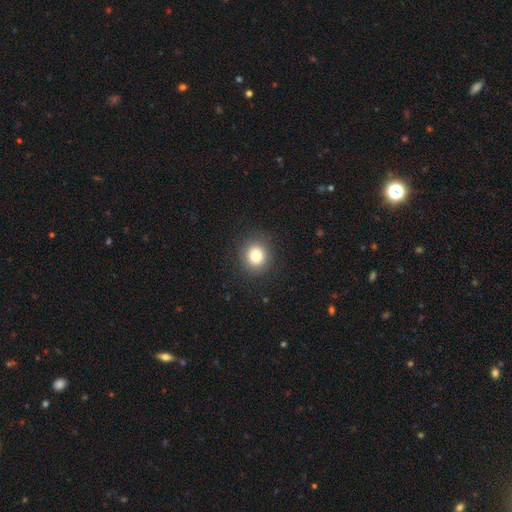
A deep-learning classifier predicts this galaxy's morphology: type=smooth (81%); roundness=round (86%); merging=none (89%).